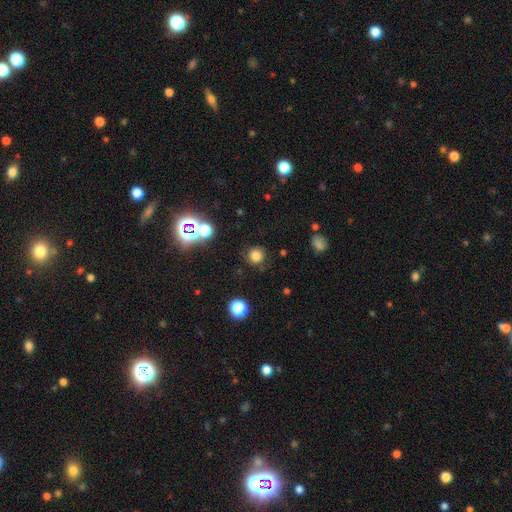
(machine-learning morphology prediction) smooth_or_featured: smooth (p=0.75) [alt: star or artifact p=0.18]
how_rounded: round (p=0.92) [alt: in between p=0.07]
merging: none (p=0.83) [alt: minor disturbance p=0.10]